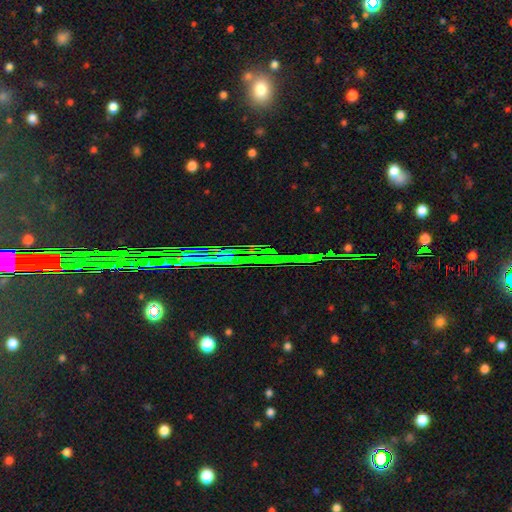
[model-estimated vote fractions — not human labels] Smooth or featured? Predicted: star or artifact (p=0.82).